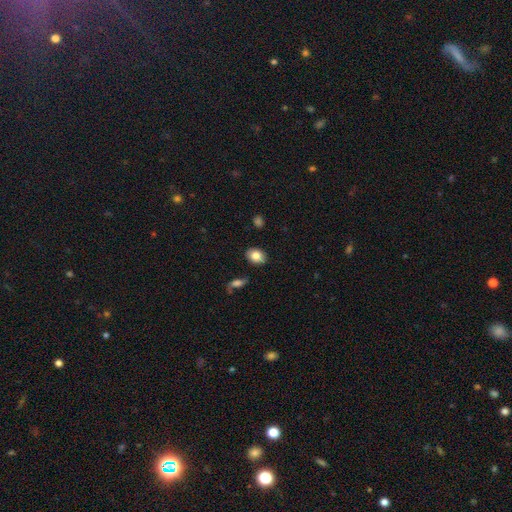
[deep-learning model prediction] Smooth or featured? smooth (83%)
How rounded? in between (68%)
Merging? none (85%)